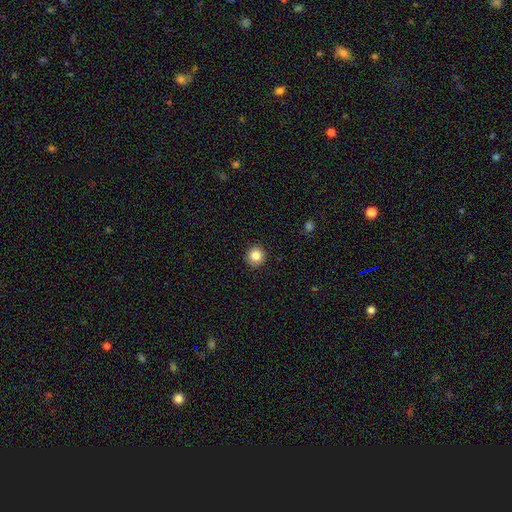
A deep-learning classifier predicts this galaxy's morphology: smooth 84%, star or artifact 10%, featured or disk 5%. Down the decision tree: how rounded — round (93%); merging — none (92%).